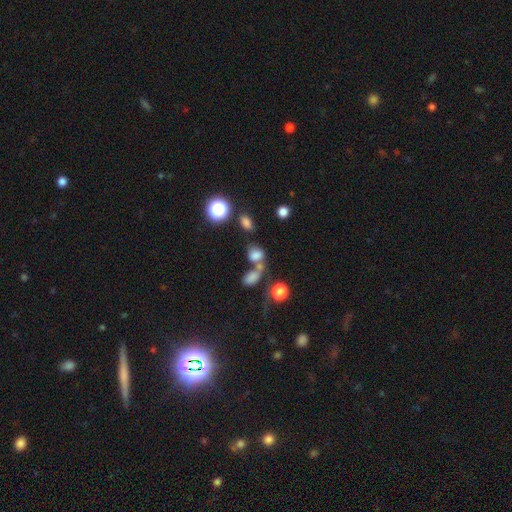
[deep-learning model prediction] smooth 72%, star or artifact 16%, featured or disk 11%. Down the decision tree: how rounded — in between (68%); merging — merger (46%).